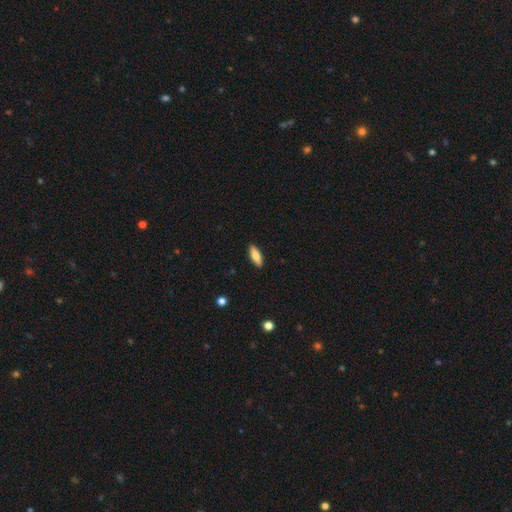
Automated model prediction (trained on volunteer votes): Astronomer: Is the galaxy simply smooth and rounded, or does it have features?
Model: smooth — 73%.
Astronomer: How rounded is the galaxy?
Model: in between — 61% (runner-up: cigar-shaped, 36%).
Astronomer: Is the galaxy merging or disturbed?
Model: none — 90%.